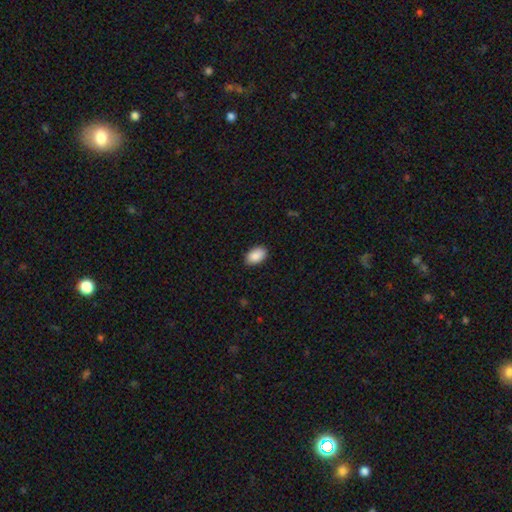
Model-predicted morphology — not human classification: Overall: smooth (90%). How rounded: in between (91%). Merging: none (87%).